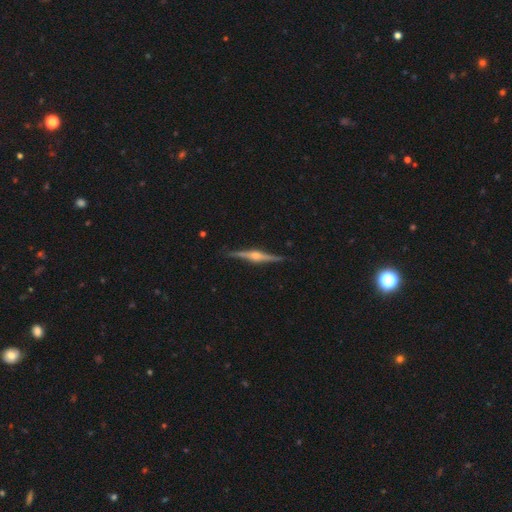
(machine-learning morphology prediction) type=featured or disk (85%); edge-on=yes (98%); edge-on bulge=rounded (88%); merging=none (90%).